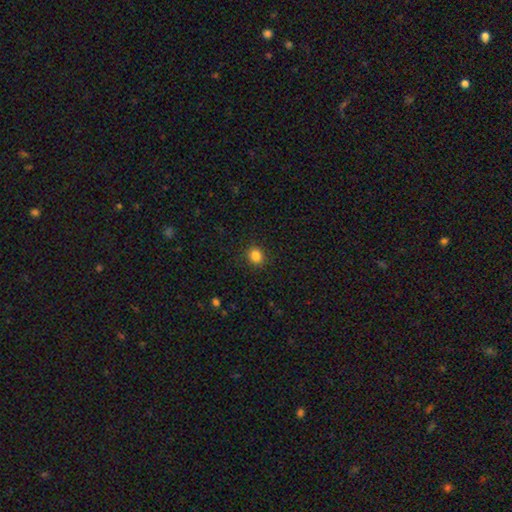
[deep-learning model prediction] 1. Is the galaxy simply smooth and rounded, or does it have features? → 85% smooth, 12% star or artifact, 4% featured or disk.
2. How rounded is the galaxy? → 71% round, 28% in between, 1% cigar-shaped.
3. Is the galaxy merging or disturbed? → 89% none, 8% minor disturbance, 2% major disturbance, 1% merger.